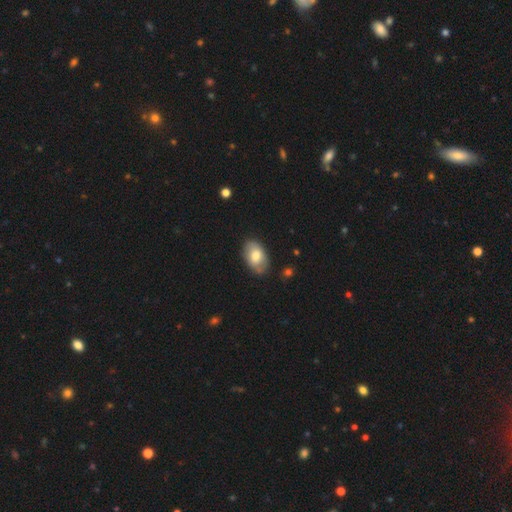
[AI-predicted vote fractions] A smooth galaxy with no disk features (72%) that is in between round and cigar-shaped (91%).

Vote fractions:
- Smooth or featured? smooth: 72% / featured or disk: 21% / star or artifact: 6%
- How rounded? in between: 91% / round: 7% / cigar-shaped: 1%
- Merging? none: 79% / minor disturbance: 16% / major disturbance: 3% / merger: 2%